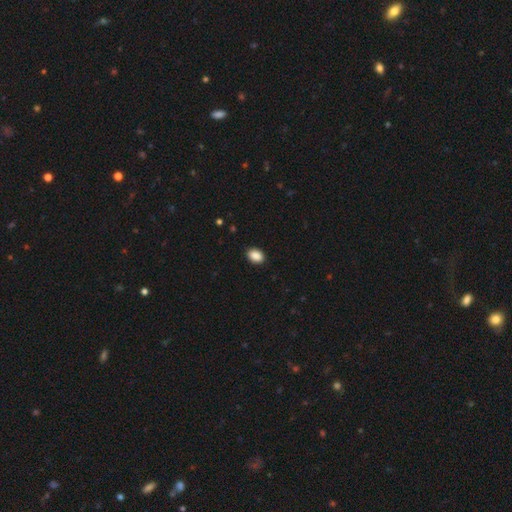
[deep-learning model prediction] Q: Smooth or featured?
A: smooth (90%); runner-up: star or artifact (8%)
Q: How rounded?
A: in between (81%); runner-up: round (18%)
Q: Merging?
A: none (90%); runner-up: minor disturbance (7%)